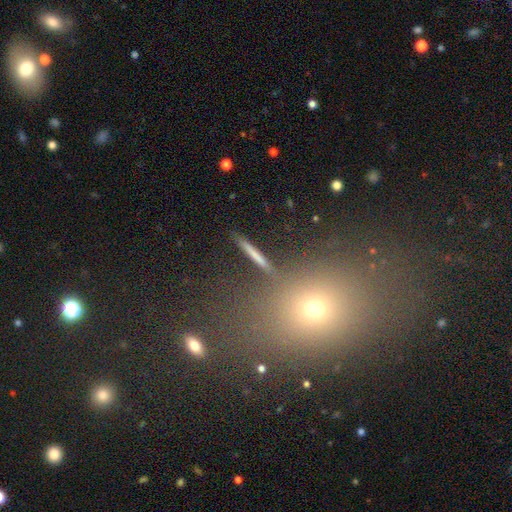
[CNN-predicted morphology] Overall: smooth (62%; featured or disk 25%). How rounded: cigar-shaped (85%). Merging: none (86%).